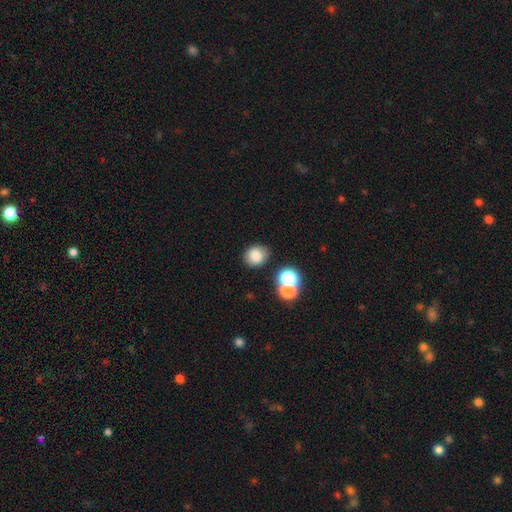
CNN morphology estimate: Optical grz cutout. It shows a smooth galaxy with no disk features (81%) that is round (63%). Merging: none (74%).